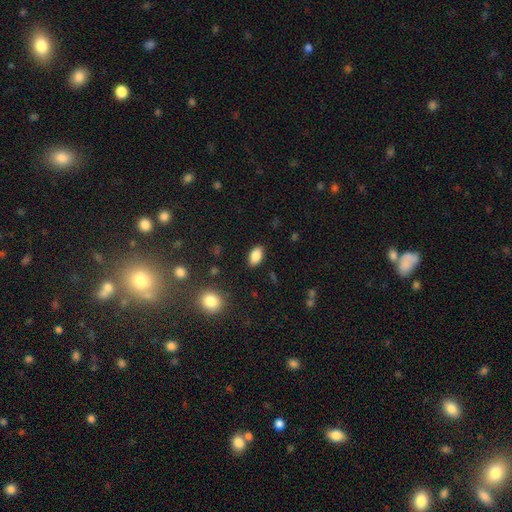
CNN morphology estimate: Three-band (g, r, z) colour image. It shows a smooth galaxy with no disk features (85%) that is in between round and cigar-shaped (91%). Merging: none (87%).